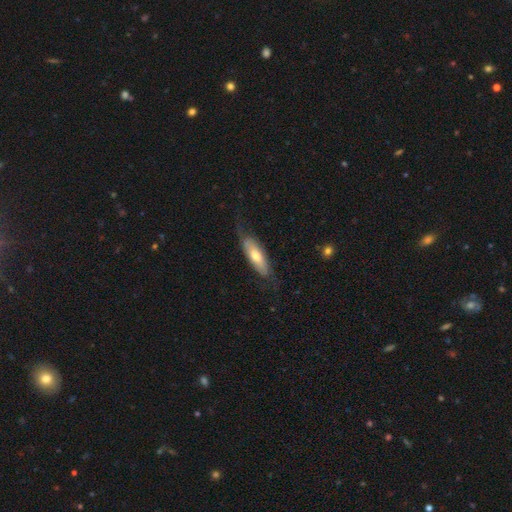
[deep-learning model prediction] smooth 55%, featured or disk 40%, star or artifact 5%. Down the decision tree: how rounded — in between (54%); merging — none (63%).